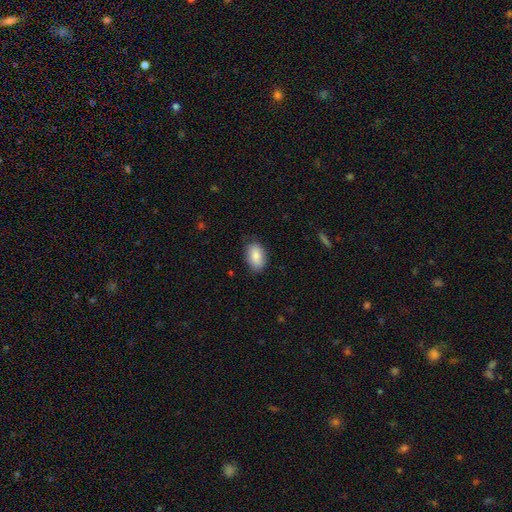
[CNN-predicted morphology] Smooth or featured? smooth (85%)
How rounded? in between (89%)
Merging? none (80%)